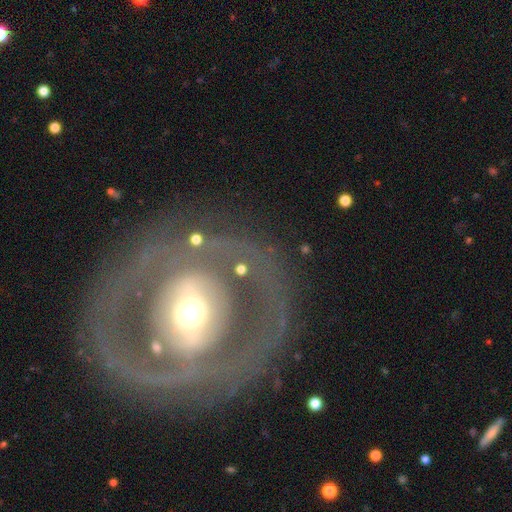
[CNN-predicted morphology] Overall: featured or disk (74%). Edge-on disk: no (93%). Bar: no (44%; strong 29%). Spiral arms: no (63%; yes 37%). Bulge size: moderate (58%; large 22%). Merging: none (76%).